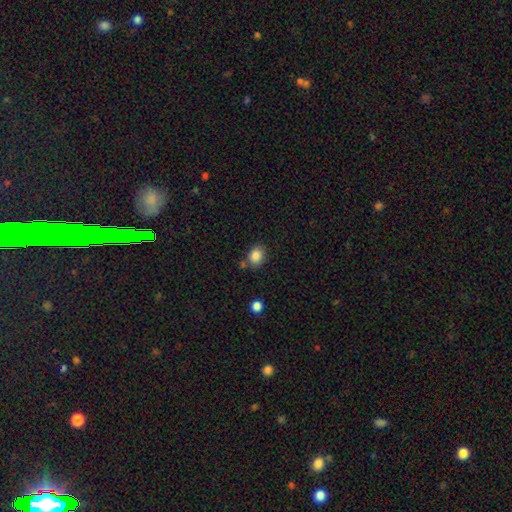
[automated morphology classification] Smooth or featured? smooth (86%)
How rounded? round (55%)
Merging? none (73%)